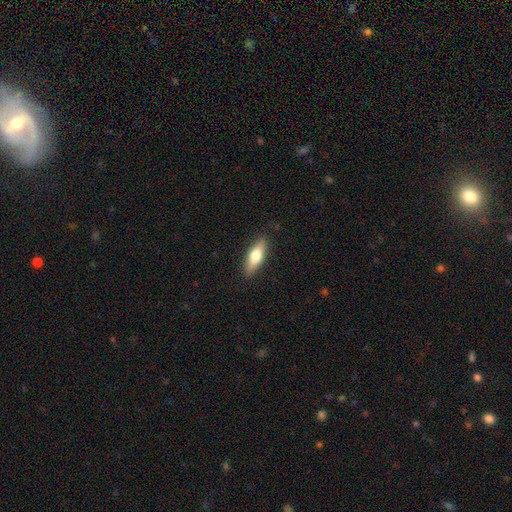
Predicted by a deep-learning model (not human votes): A smooth galaxy with no disk features (65%) that is in between round and cigar-shaped (56%).

Vote fractions:
- Smooth or featured? smooth: 65% / featured or disk: 29% / star or artifact: 6%
- How rounded? in between: 56% / cigar-shaped: 41% / round: 3%
- Merging? none: 87% / minor disturbance: 10% / major disturbance: 2% / merger: 1%